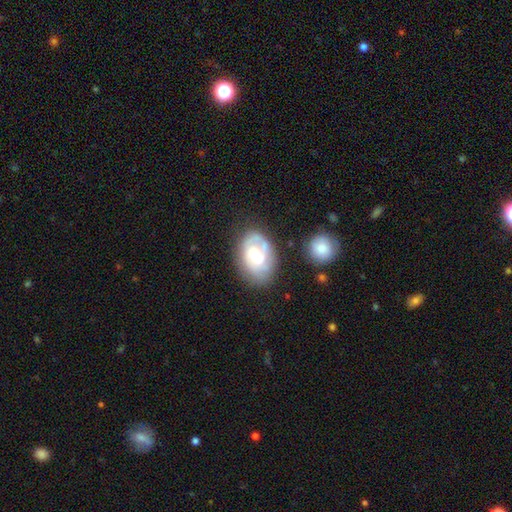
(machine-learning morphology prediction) The model was most divided on "bar": weak: 46%, no: 42%, strong: 12%. More confident: edge-on disk — no (96%); spiral arms — yes (76%); merging — none (62%); smooth or featured — featured or disk (60%); bulge size — moderate (53%).